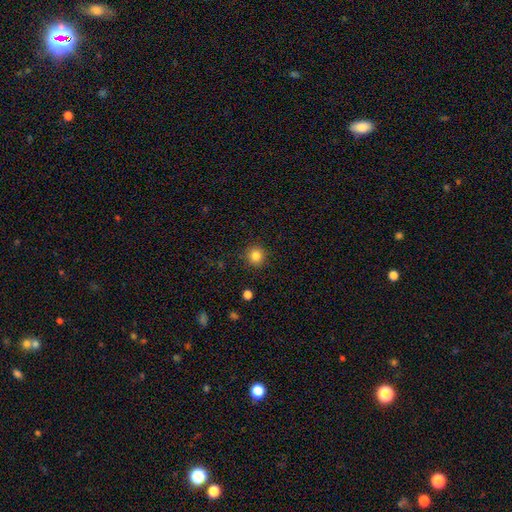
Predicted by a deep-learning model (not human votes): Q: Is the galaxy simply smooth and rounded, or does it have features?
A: smooth — 84%.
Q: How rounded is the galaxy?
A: round — 93%.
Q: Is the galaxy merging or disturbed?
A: none — 91%.